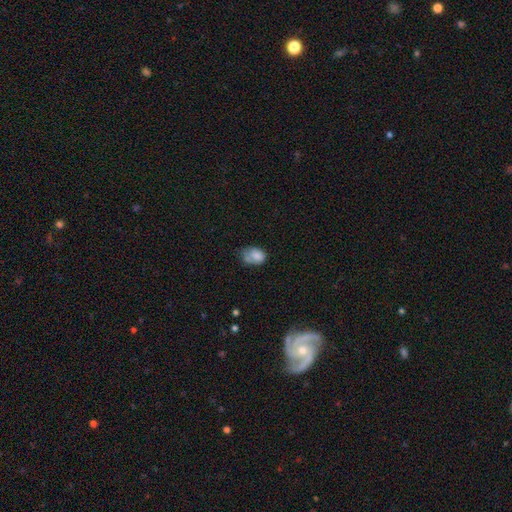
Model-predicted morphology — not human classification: Overall: smooth (77%). How rounded: in between (76%). Merging: none (40%; minor disturbance 36%).